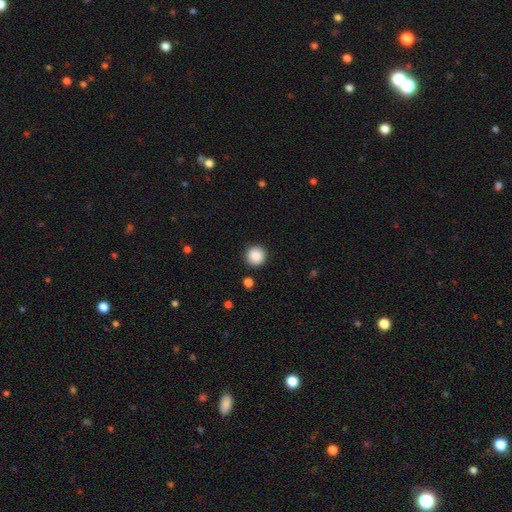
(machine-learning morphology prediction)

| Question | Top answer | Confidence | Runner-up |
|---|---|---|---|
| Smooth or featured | smooth | 88% | star or artifact (9%) |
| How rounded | round | 95% | in between (4%) |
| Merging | none | 91% | minor disturbance (5%) |